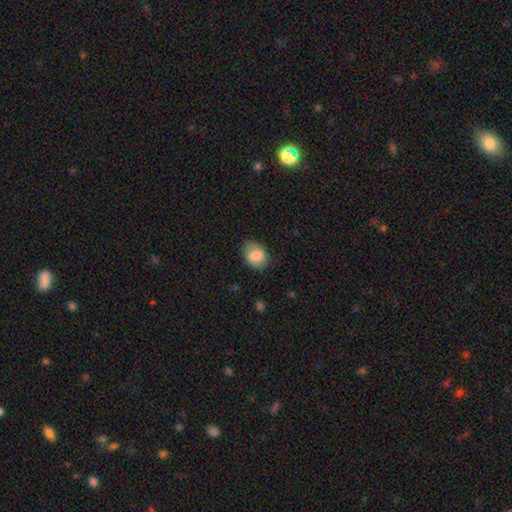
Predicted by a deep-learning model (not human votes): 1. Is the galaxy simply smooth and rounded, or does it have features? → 81% smooth, 12% featured or disk, 7% star or artifact.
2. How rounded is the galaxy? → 62% in between, 37% round, 1% cigar-shaped.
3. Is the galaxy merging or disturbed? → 74% none, 20% minor disturbance, 5% major disturbance, 1% merger.